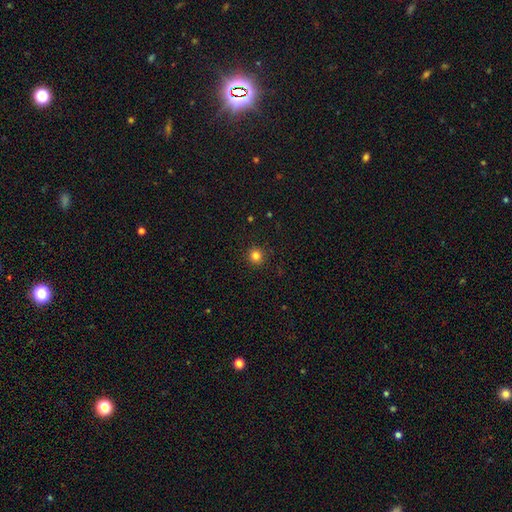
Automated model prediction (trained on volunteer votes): Smooth or featured: smooth — 82% (star or artifact — 13%)
How rounded: round — 95% (in between — 4%)
Merging: none — 92% (minor disturbance — 5%)